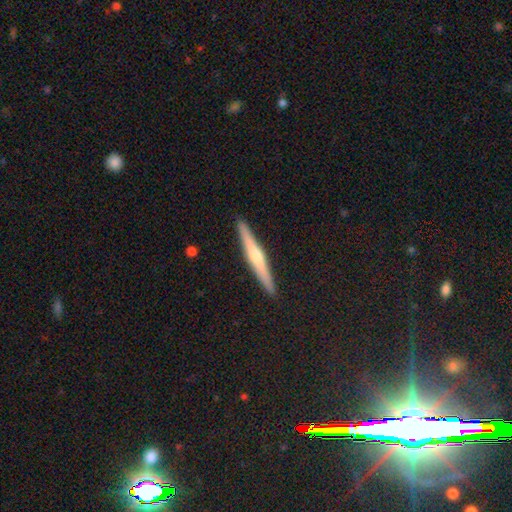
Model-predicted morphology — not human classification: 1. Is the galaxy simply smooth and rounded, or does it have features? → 62% featured or disk, 32% smooth, 6% star or artifact.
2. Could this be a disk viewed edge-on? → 98% yes, 2% no.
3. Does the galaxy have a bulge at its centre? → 75% rounded, 16% none, 9% boxy.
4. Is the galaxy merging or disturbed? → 92% none, 6% minor disturbance, 1% major disturbance, 1% merger.